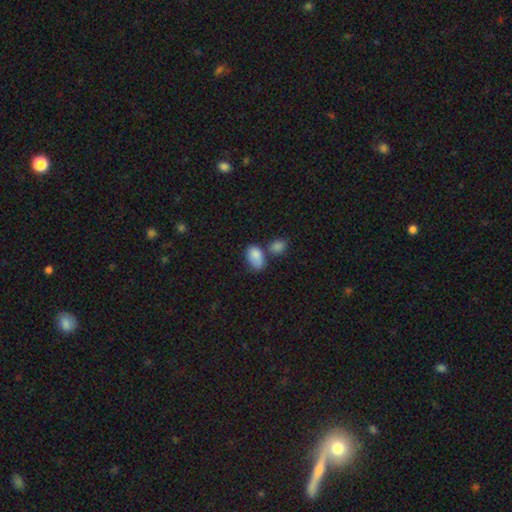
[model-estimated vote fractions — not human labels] Morphology: type=smooth (84%); roundness=in between (89%); merging=none (40%).